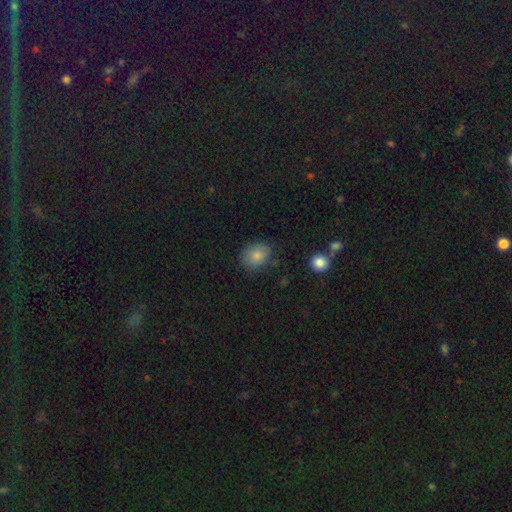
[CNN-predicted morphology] A smooth galaxy with no disk features (81%) that is in between round and cigar-shaped (53%).

Vote fractions:
- Smooth or featured? smooth: 81% / star or artifact: 11% / featured or disk: 8%
- How rounded? in between: 53% / round: 46% / cigar-shaped: 1%
- Merging? none: 80% / minor disturbance: 15% / major disturbance: 3% / merger: 2%